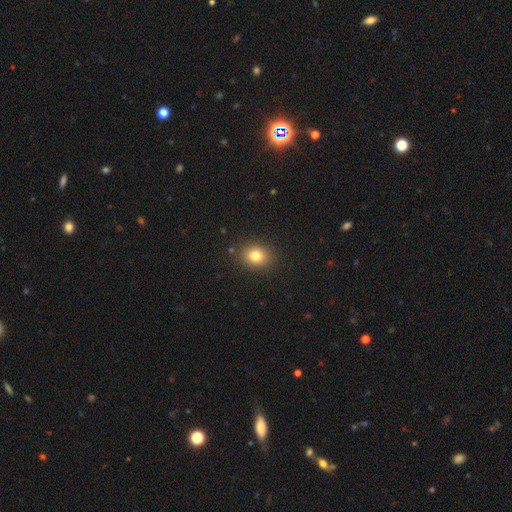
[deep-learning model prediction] Smooth or featured? Predicted: smooth (p=0.81). How rounded? Predicted: round (p=0.54). Merging? Predicted: none (p=0.88).